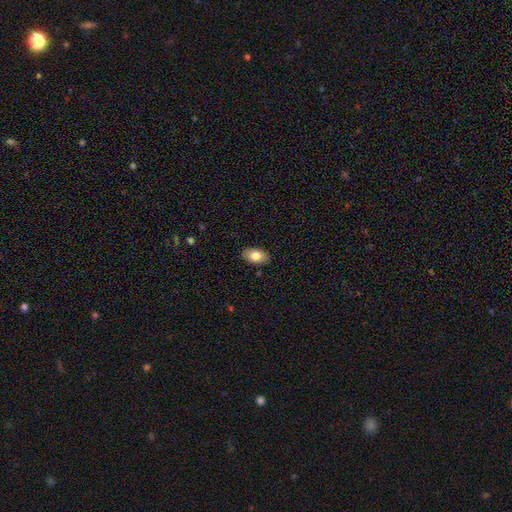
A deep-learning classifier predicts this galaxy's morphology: Smooth or featured?
  - smooth: 79% *
  - featured or disk: 14%
  - star or artifact: 7%
How rounded?
  - in between: 92% *
  - round: 6%
  - cigar-shaped: 1%
Merging?
  - none: 87% *
  - minor disturbance: 10%
  - major disturbance: 2%
  - merger: 1%